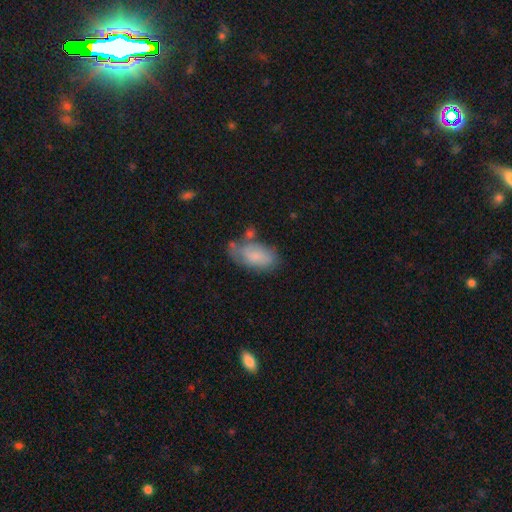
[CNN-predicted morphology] Smooth or featured: smooth — 72% (featured or disk — 21%)
How rounded: in between — 92% (cigar-shaped — 4%)
Merging: none — 42% (minor disturbance — 30%)